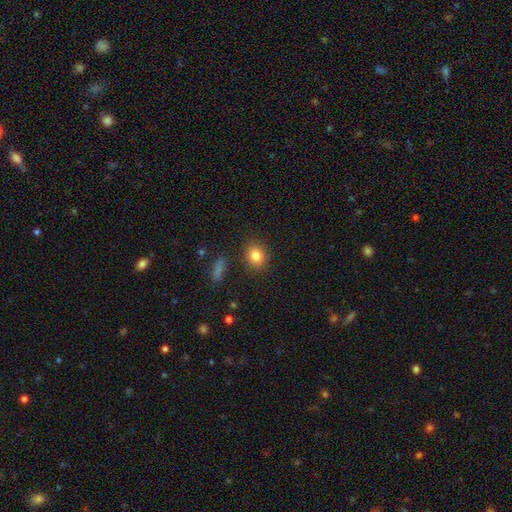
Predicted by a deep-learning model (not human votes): smooth-or-featured: smooth: 83% | star or artifact: 10% | featured or disk: 7%
  how-rounded: round: 63% | in between: 35% | cigar-shaped: 1%
  merging: none: 86% | minor disturbance: 9% | major disturbance: 3% | merger: 2%